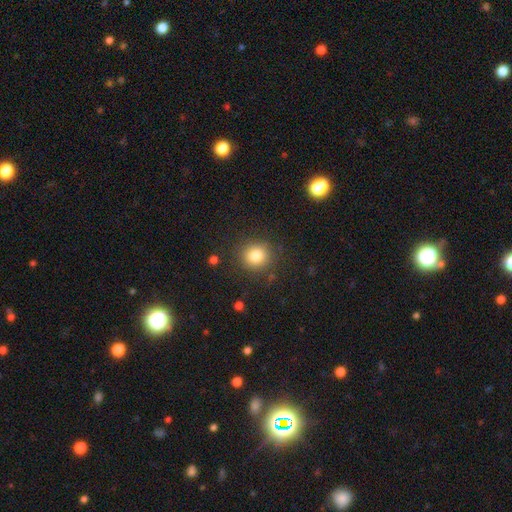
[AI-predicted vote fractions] Smooth or featured?
  - smooth: 81% *
  - star or artifact: 12%
  - featured or disk: 7%
How rounded?
  - round: 89% *
  - in between: 10%
  - cigar-shaped: 1%
Merging?
  - none: 87% *
  - minor disturbance: 8%
  - major disturbance: 3%
  - merger: 2%